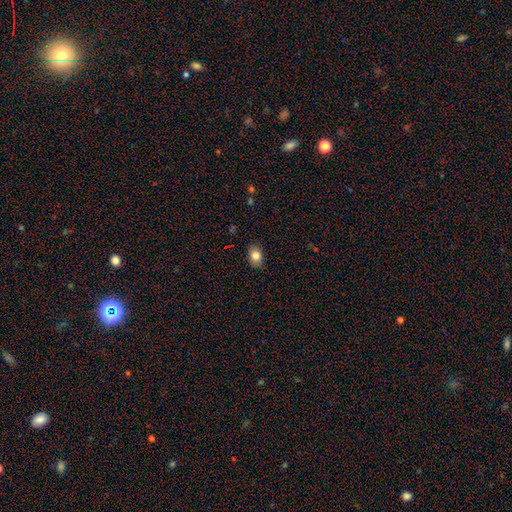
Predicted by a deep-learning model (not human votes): Q: Smooth or featured?
A: smooth (83%); runner-up: star or artifact (9%)
Q: How rounded?
A: in between (70%); runner-up: round (29%)
Q: Merging?
A: none (83%); runner-up: minor disturbance (13%)